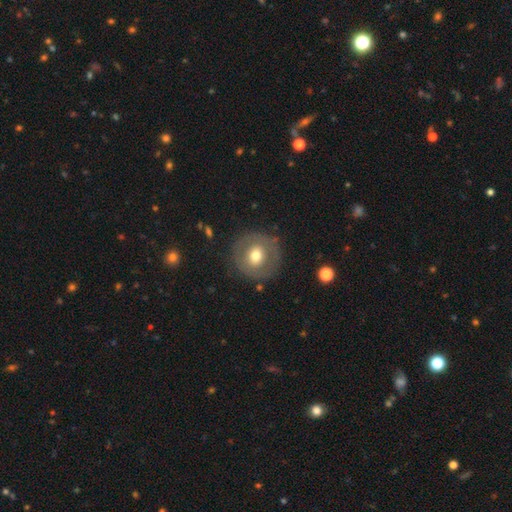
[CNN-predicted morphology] Smooth or featured?
  - smooth: 57% *
  - featured or disk: 36%
  - star or artifact: 8%
How rounded?
  - round: 93% *
  - in between: 6%
  - cigar-shaped: 1%
Merging?
  - none: 84% *
  - minor disturbance: 10%
  - major disturbance: 5%
  - merger: 2%